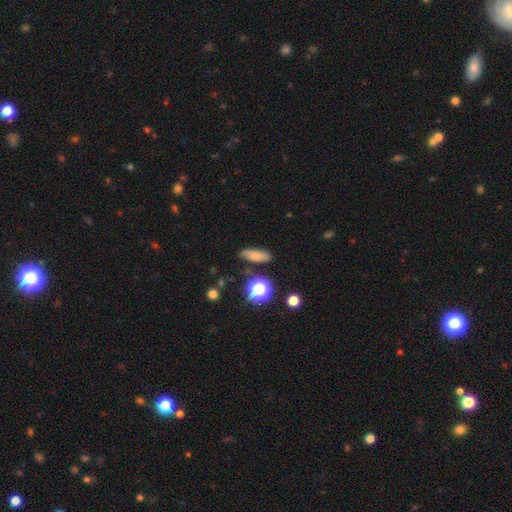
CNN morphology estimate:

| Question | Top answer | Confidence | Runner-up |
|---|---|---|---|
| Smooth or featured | smooth | 71% | star or artifact (15%) |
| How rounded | in between | 59% | cigar-shaped (29%) |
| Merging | none | 78% | minor disturbance (15%) |